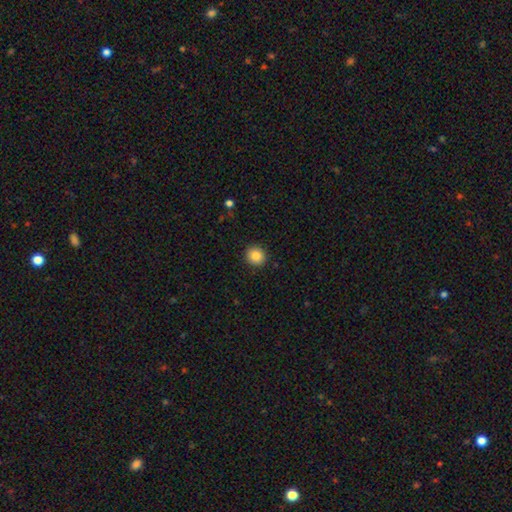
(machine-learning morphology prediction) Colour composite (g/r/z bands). It shows a smooth galaxy with no disk features (85%) that is round (91%). Merging: none (92%).